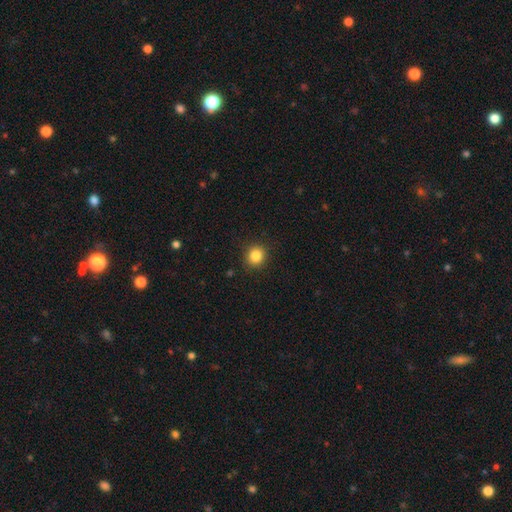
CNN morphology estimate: Q: Smooth or featured?
A: smooth (85%); runner-up: star or artifact (11%)
Q: How rounded?
A: round (89%); runner-up: in between (10%)
Q: Merging?
A: none (90%); runner-up: minor disturbance (6%)